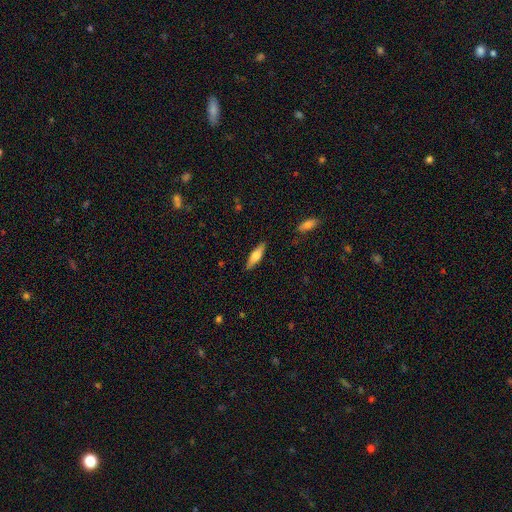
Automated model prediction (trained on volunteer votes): Morphology: type=smooth (53%); roundness=cigar-shaped (61%); merging=none (87%).